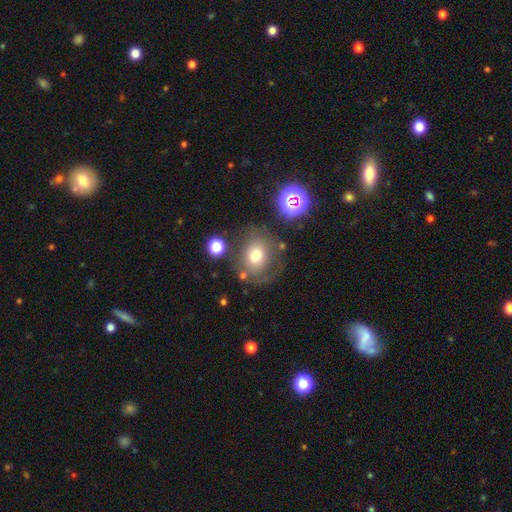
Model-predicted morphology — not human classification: Smooth or featured?
  - smooth: 69% *
  - featured or disk: 17%
  - star or artifact: 14%
How rounded?
  - round: 68% *
  - in between: 31%
  - cigar-shaped: 1%
Merging?
  - none: 65% *
  - minor disturbance: 17%
  - major disturbance: 10%
  - merger: 7%